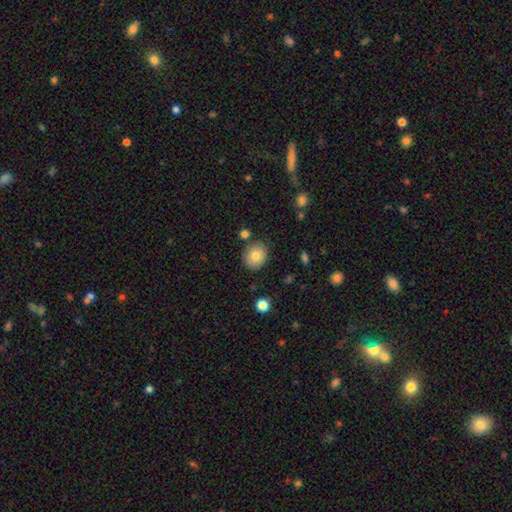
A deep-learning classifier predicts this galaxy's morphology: smooth 79%, featured or disk 12%, star or artifact 9%. Down the decision tree: how rounded — round (71%); merging — none (83%).